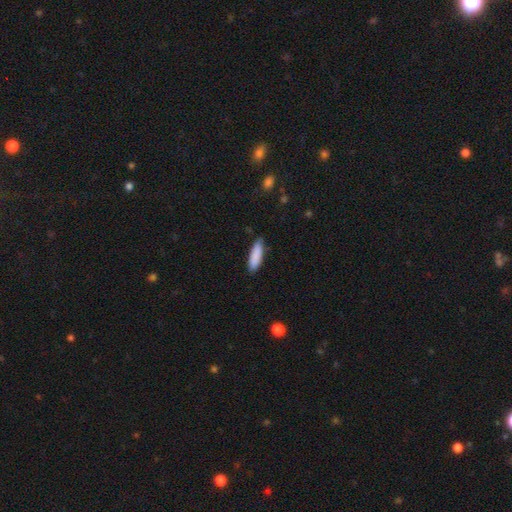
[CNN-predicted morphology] This is clearly a smooth galaxy (87%). How rounded: possibly cigar-shaped (57%). Merging: clearly none (80%).